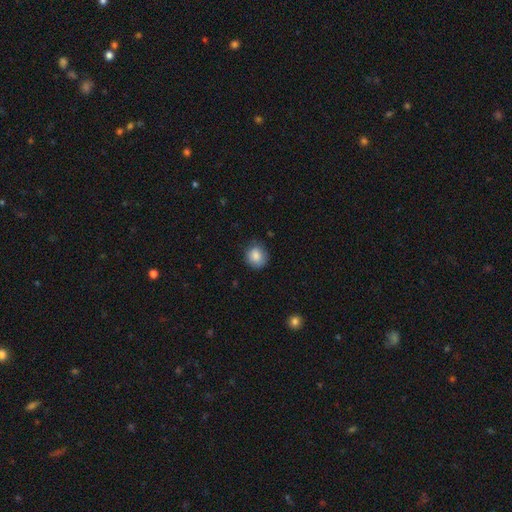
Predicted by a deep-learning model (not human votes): A smooth galaxy with no disk features (85%) that is round (81%).

Vote fractions:
- Smooth or featured? smooth: 85% / star or artifact: 9% / featured or disk: 6%
- How rounded? round: 81% / in between: 18% / cigar-shaped: 1%
- Merging? none: 76% / minor disturbance: 19% / major disturbance: 4% / merger: 1%